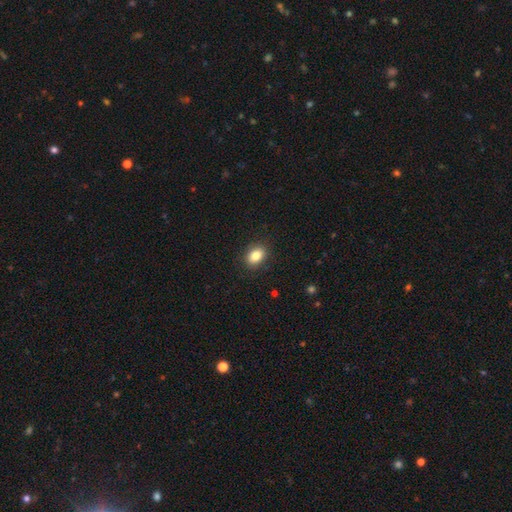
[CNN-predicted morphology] smooth-or-featured: smooth: 84% | star or artifact: 9% | featured or disk: 7%
  how-rounded: in between: 76% | round: 23% | cigar-shaped: 1%
  merging: none: 87% | minor disturbance: 9% | major disturbance: 2% | merger: 1%